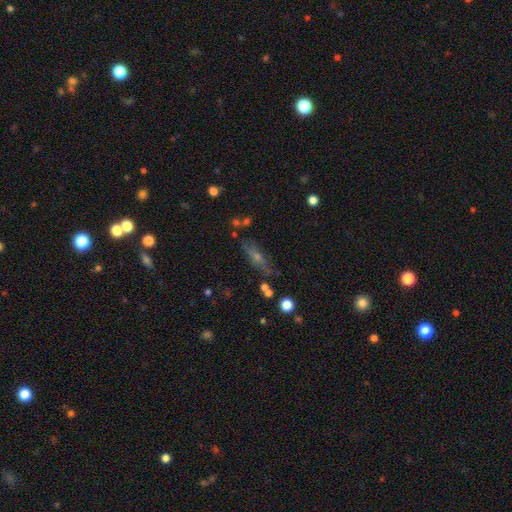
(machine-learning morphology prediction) The model was most divided on "smooth or featured": featured or disk: 44%, smooth: 37%, star or artifact: 19%. More confident: merging — none (71%).